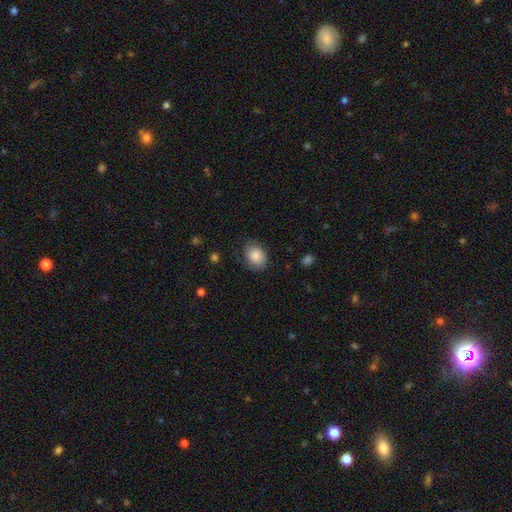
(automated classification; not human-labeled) The model was most divided on "how rounded": in between: 61%, round: 38%, cigar-shaped: 1%. More confident: smooth or featured — smooth (82%); merging — none (75%).